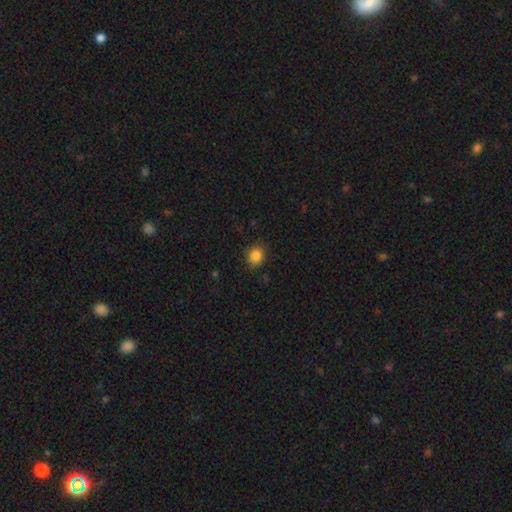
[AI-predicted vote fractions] The model was most divided on "how rounded": round: 76%, in between: 23%, cigar-shaped: 1%. More confident: merging — none (86%); smooth or featured — smooth (85%).